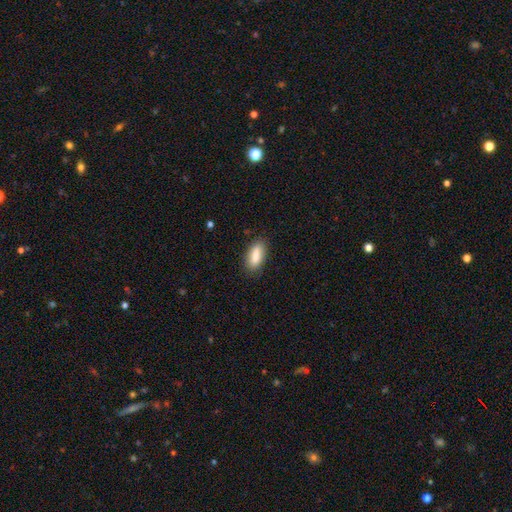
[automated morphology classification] smooth-or-featured: smooth: 88% | star or artifact: 7% | featured or disk: 6%
  how-rounded: in between: 82% | cigar-shaped: 15% | round: 2%
  merging: none: 83% | minor disturbance: 13% | major disturbance: 3% | merger: 1%